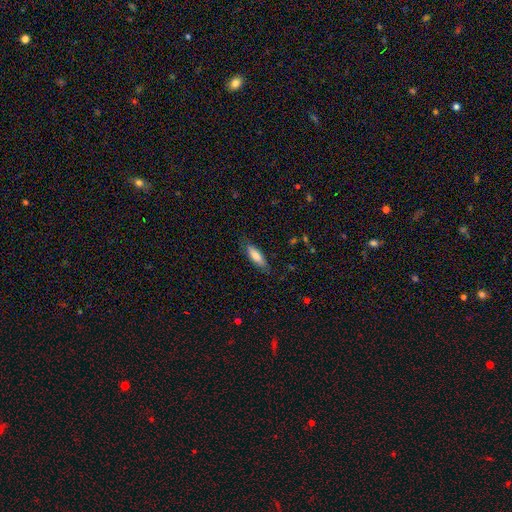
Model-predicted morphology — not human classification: The model was most divided on "how rounded": in between: 52%, cigar-shaped: 47%, round: 2%. More confident: merging — none (80%); smooth or featured — smooth (78%).